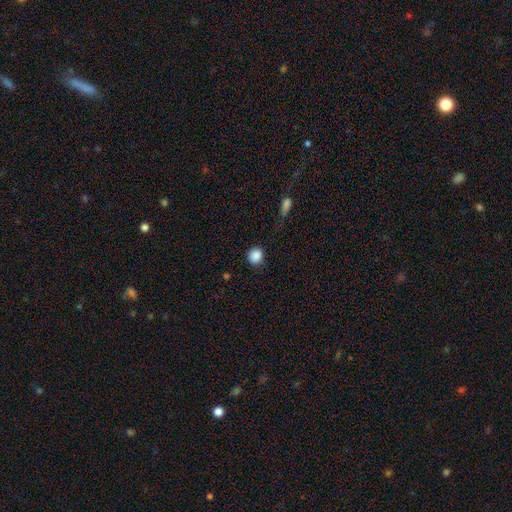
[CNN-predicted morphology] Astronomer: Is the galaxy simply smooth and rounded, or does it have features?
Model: smooth — 88%.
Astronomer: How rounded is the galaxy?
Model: round — 90%.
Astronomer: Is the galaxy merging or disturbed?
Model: none — 84%.